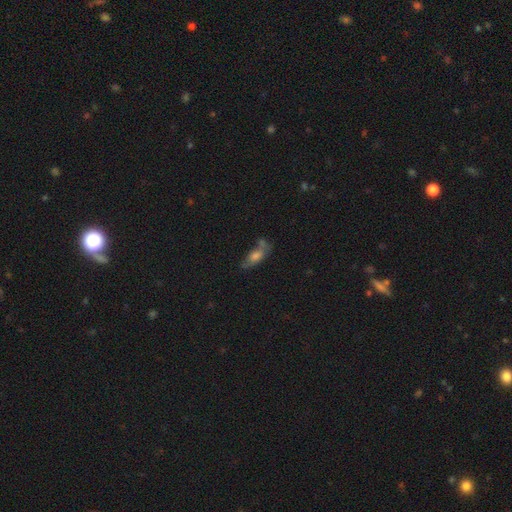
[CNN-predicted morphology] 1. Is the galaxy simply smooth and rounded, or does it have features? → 51% smooth, 34% featured or disk, 14% star or artifact.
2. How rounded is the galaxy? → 72% in between, 23% cigar-shaped, 5% round.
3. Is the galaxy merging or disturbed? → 47% none, 23% minor disturbance, 17% merger, 13% major disturbance.